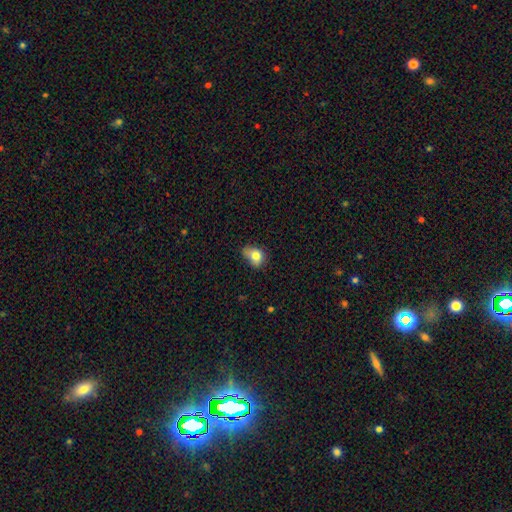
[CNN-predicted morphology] Smooth or featured?
  - smooth: 77% *
  - featured or disk: 12%
  - star or artifact: 10%
How rounded?
  - in between: 59% *
  - round: 40%
  - cigar-shaped: 1%
Merging?
  - none: 42% *
  - minor disturbance: 41%
  - major disturbance: 14%
  - merger: 4%